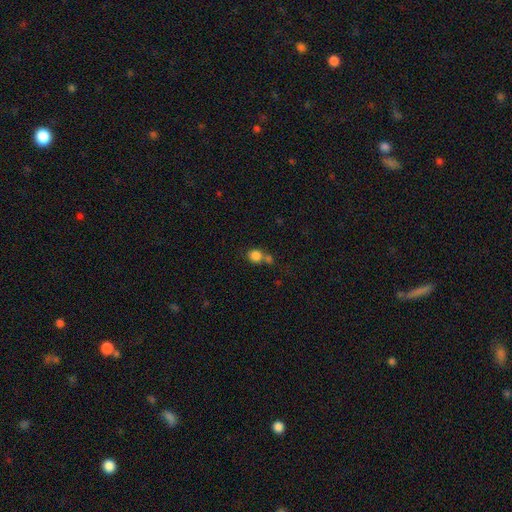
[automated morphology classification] type=smooth (82%); roundness=round (83%); merging=none (46%).